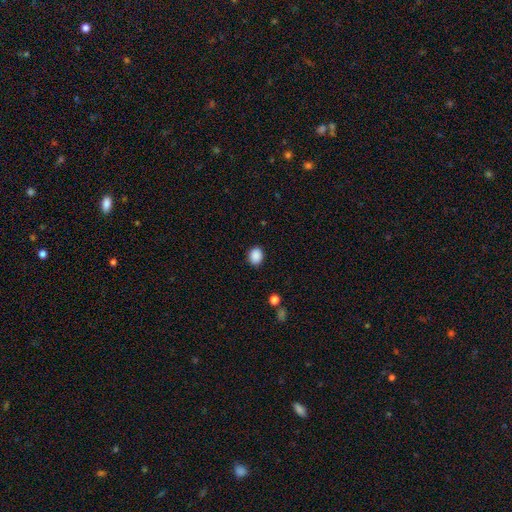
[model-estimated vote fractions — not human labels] Overall: smooth (89%). How rounded: in between (50%; round 49%). Merging: none (88%).